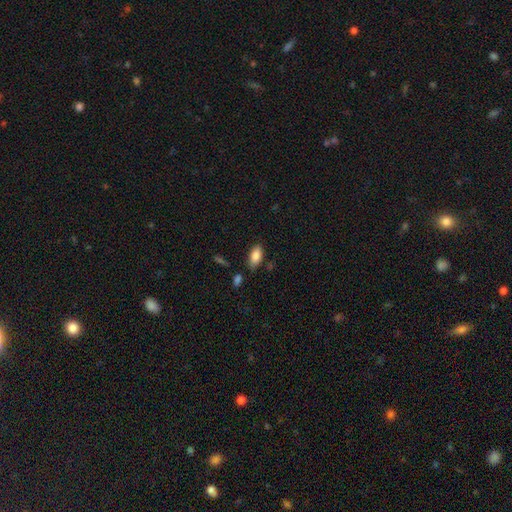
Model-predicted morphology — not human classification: smooth 86%, star or artifact 7%, featured or disk 7%. Down the decision tree: how rounded — in between (91%); merging — none (77%).